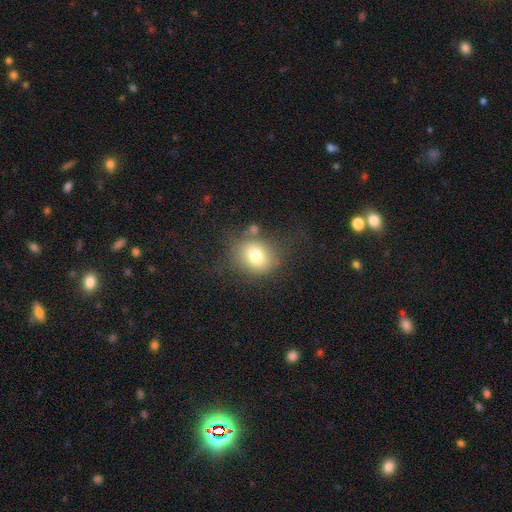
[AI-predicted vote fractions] Smooth or featured? Predicted: smooth (p=0.75). How rounded? Predicted: round (p=0.66). Merging? Predicted: none (p=0.65).